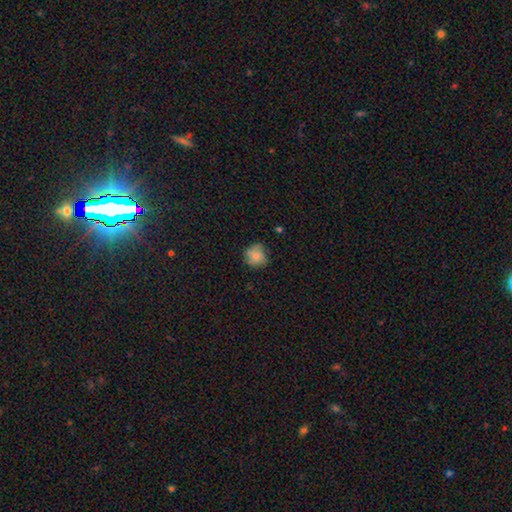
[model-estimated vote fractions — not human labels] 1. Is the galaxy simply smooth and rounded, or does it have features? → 78% smooth, 12% featured or disk, 10% star or artifact.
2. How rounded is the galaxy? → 84% round, 15% in between, 1% cigar-shaped.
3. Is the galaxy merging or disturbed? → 70% none, 23% minor disturbance, 6% major disturbance, 2% merger.